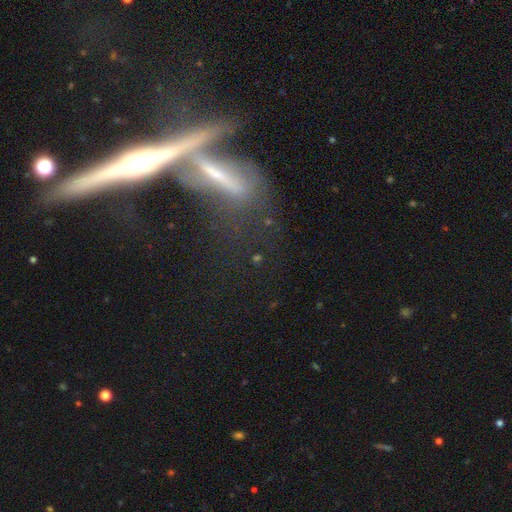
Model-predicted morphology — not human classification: Smooth or featured? featured or disk (61%)
Edge-on disk? yes (62%)
Merging? merger (38%)